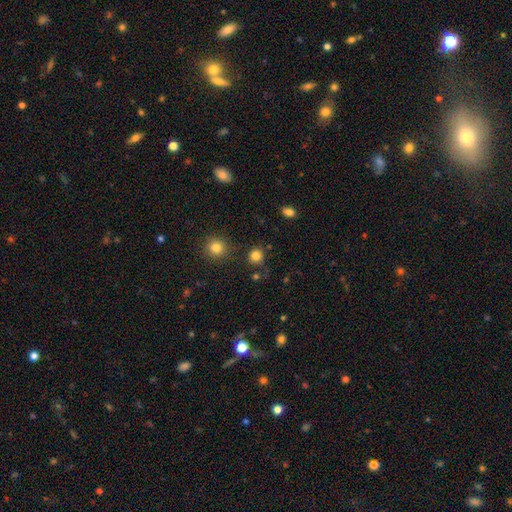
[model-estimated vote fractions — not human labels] Smooth or featured? Predicted: smooth (p=0.81). How rounded? Predicted: round (p=0.90). Merging? Predicted: none (p=0.83).